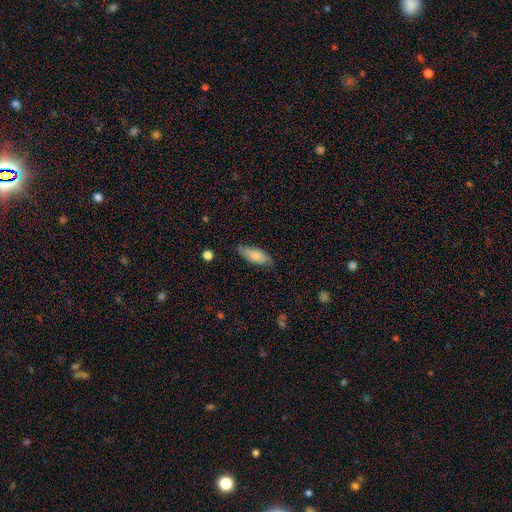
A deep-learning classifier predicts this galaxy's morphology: smooth-or-featured: smooth: 78% | featured or disk: 16% | star or artifact: 6%
  how-rounded: in between: 78% | cigar-shaped: 20% | round: 2%
  merging: none: 75% | minor disturbance: 20% | major disturbance: 3% | merger: 1%